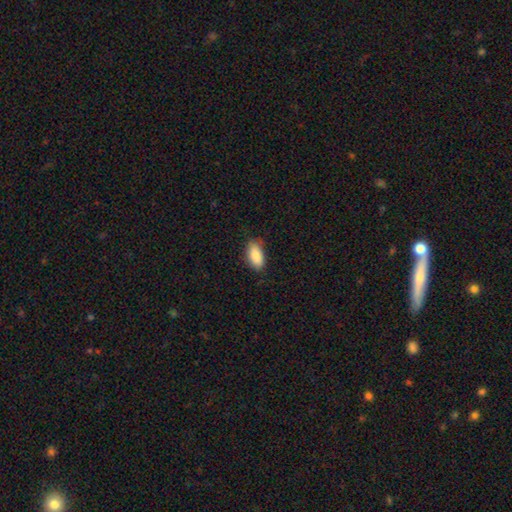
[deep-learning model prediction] Morphology: type=smooth (88%); roundness=in between (91%); merging=none (81%).